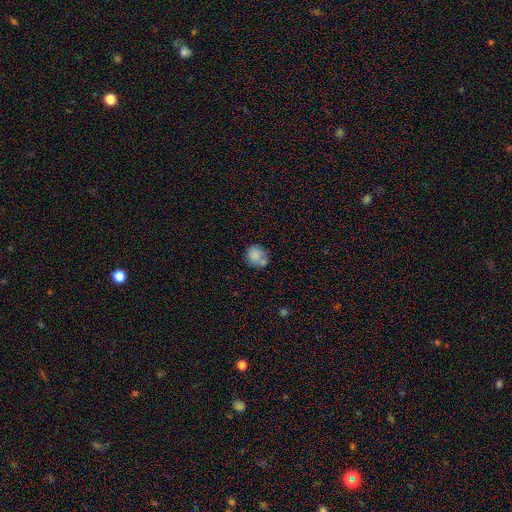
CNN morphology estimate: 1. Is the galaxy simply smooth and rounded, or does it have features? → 81% smooth, 10% featured or disk, 9% star or artifact.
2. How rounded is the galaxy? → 82% round, 17% in between, 1% cigar-shaped.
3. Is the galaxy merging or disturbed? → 55% none, 21% merger, 18% minor disturbance, 6% major disturbance.